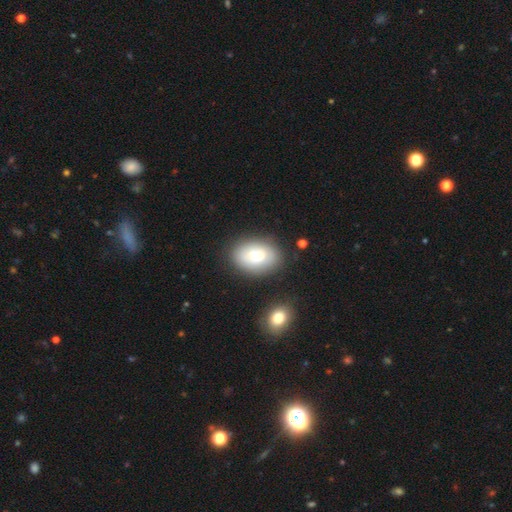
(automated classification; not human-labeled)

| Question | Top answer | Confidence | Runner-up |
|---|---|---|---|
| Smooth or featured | smooth | 67% | featured or disk (25%) |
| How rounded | in between | 83% | round (16%) |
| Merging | none | 73% | minor disturbance (16%) |